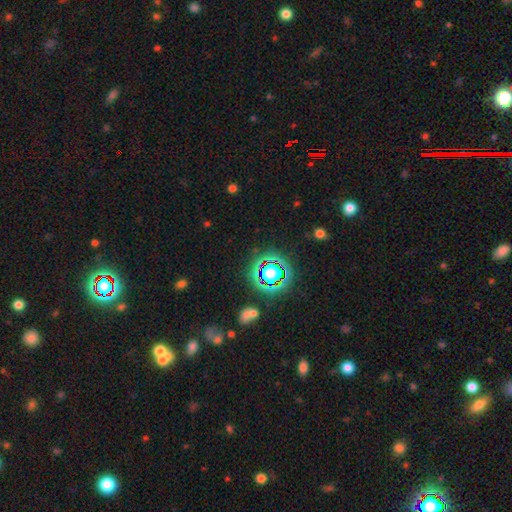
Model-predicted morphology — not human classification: smooth-or-featured: star or artifact: 78% | smooth: 14% | featured or disk: 8%